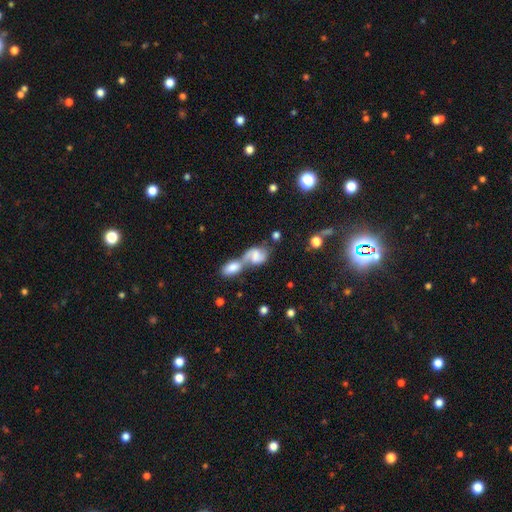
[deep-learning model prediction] This appears to be a smooth galaxy with no disk features (46%). Merging: merger (68%).